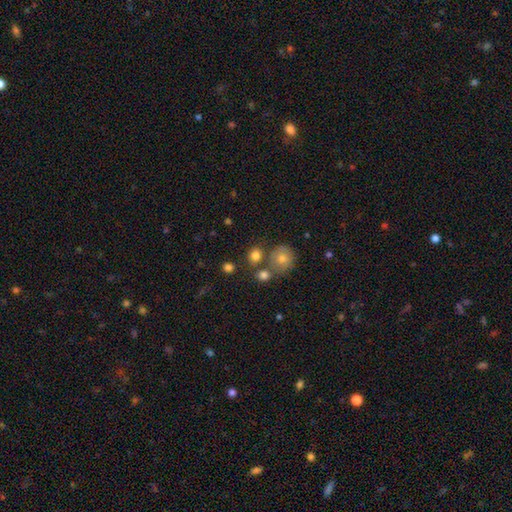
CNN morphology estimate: This is likely a smooth galaxy (79%). How rounded: likely round (74%). Merging: likely none (65%).